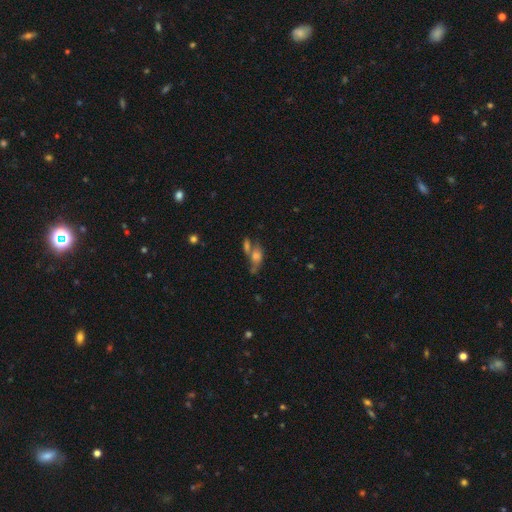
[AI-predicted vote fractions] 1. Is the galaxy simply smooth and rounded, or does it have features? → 53% smooth, 29% featured or disk, 18% star or artifact.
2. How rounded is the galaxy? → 71% in between, 17% round, 12% cigar-shaped.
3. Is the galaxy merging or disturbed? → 40% merger, 33% none, 15% minor disturbance, 12% major disturbance.